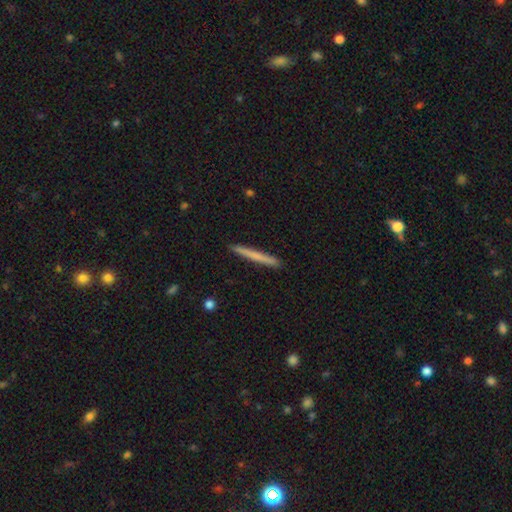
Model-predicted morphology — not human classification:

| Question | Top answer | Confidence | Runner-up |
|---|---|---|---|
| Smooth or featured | smooth | 65% | featured or disk (30%) |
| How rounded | cigar-shaped | 97% | in between (2%) |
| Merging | none | 92% | minor disturbance (5%) |